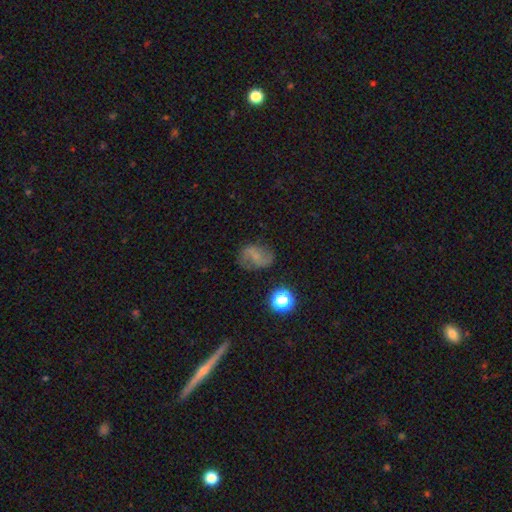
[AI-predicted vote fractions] Smooth or featured? featured or disk (53%)
Edge-on disk? no (97%)
Bar? weak (44%)
Spiral arms? yes (83%)
Bulge size? small (51%)
Merging? none (69%)